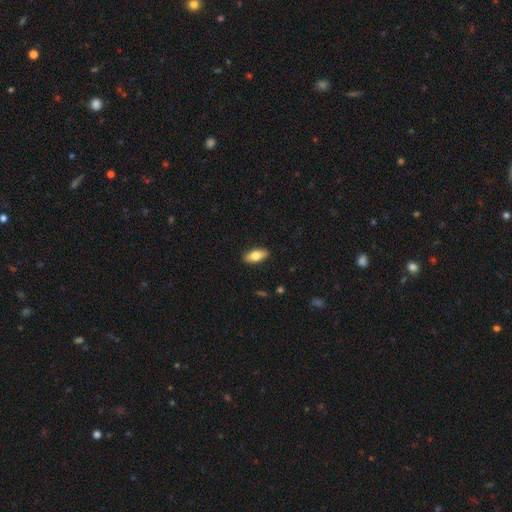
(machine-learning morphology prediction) Overall: smooth (77%). How rounded: in between (86%). Merging: none (90%).